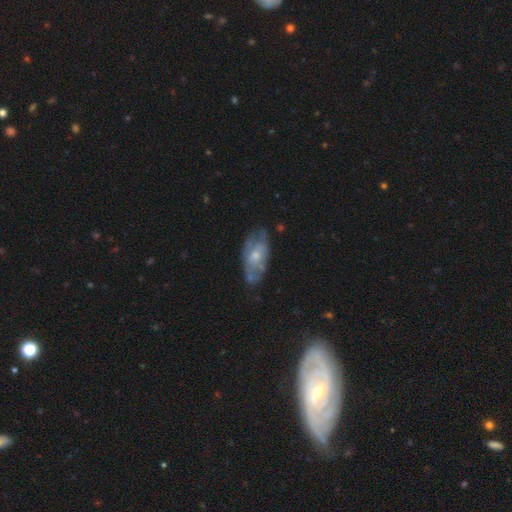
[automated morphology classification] Smooth or featured: featured or disk — 54% (smooth — 39%)
Edge-on disk: no — 90% (yes — 10%)
Merging: none — 57% (minor disturbance — 28%)